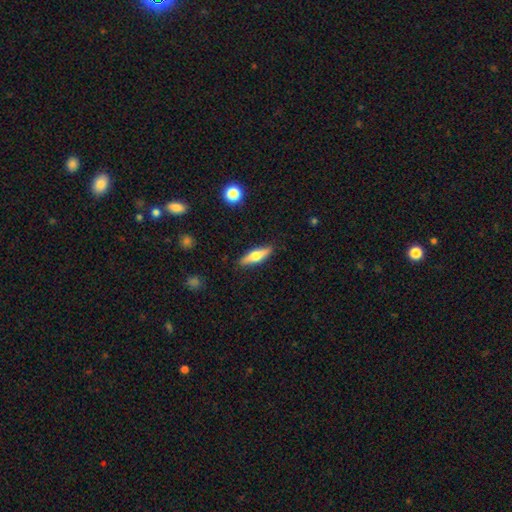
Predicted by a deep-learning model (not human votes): Smooth or featured? Predicted: smooth (p=0.54). How rounded? Predicted: cigar-shaped (p=0.58). Merging? Predicted: none (p=0.88).